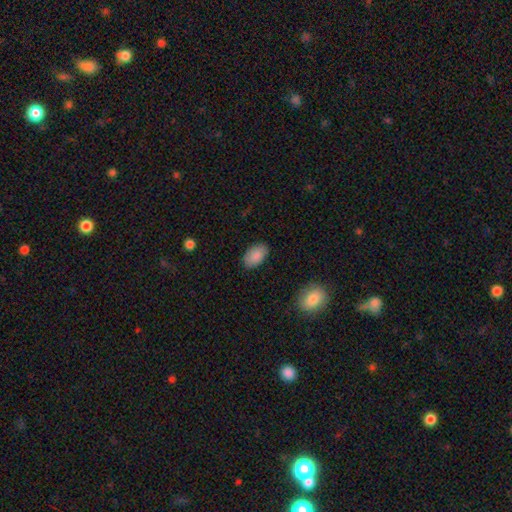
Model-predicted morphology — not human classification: A smooth galaxy with no disk features (87%) that is in between round and cigar-shaped (93%). Merging: none (86%).